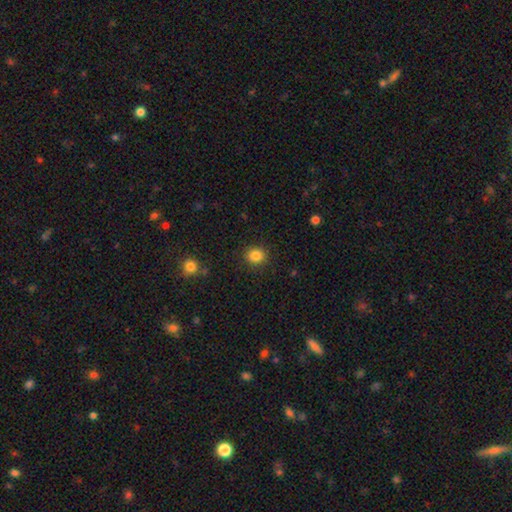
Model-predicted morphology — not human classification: A smooth galaxy with no disk features (85%) that is round (83%).

Vote fractions:
- Smooth or featured? smooth: 85% / star or artifact: 11% / featured or disk: 4%
- How rounded? round: 83% / in between: 16% / cigar-shaped: 1%
- Merging? none: 89% / minor disturbance: 7% / major disturbance: 2% / merger: 1%